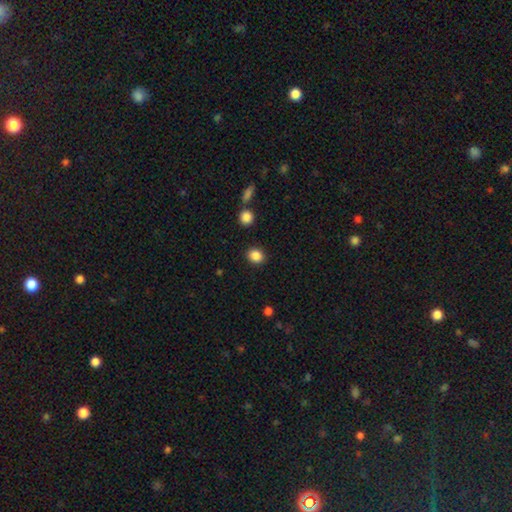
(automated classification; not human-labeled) Smooth or featured?
  - smooth: 87% *
  - star or artifact: 10%
  - featured or disk: 4%
How rounded?
  - round: 61% *
  - in between: 38%
  - cigar-shaped: 1%
Merging?
  - none: 89% *
  - minor disturbance: 7%
  - major disturbance: 2%
  - merger: 2%